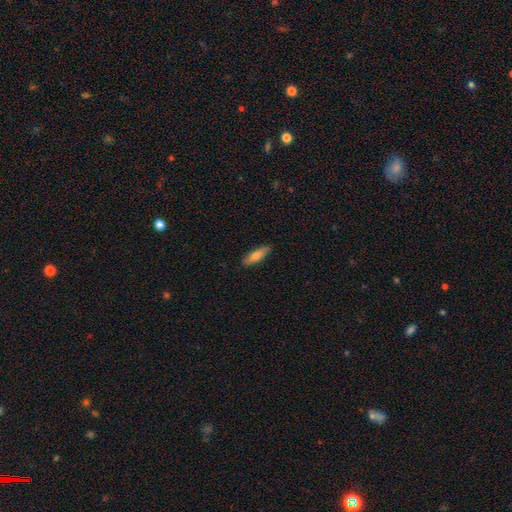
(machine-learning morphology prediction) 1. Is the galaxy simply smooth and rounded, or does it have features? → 69% smooth, 25% featured or disk, 6% star or artifact.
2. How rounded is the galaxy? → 58% cigar-shaped, 40% in between, 2% round.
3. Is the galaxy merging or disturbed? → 88% none, 9% minor disturbance, 2% major disturbance, 1% merger.